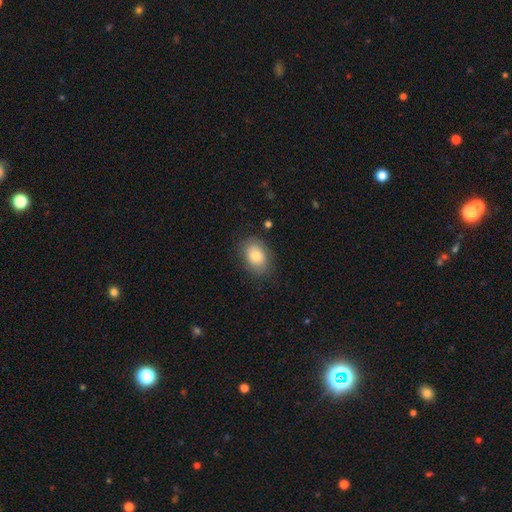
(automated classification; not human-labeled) A smooth galaxy with no disk features (76%) that is in between round and cigar-shaped (79%). Merging: none (78%).